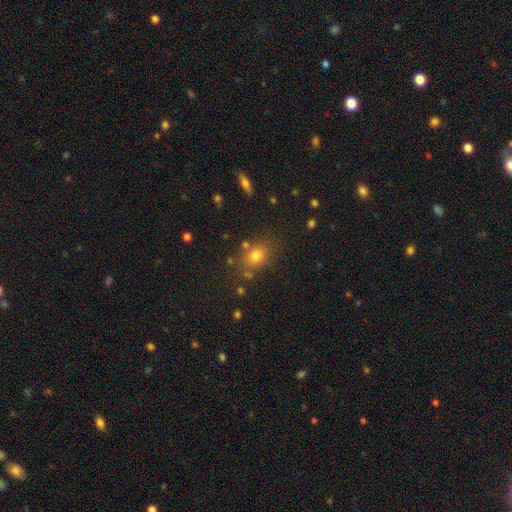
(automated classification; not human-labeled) Overall: smooth (73%). How rounded: in between (52%; round 46%). Merging: none (74%).